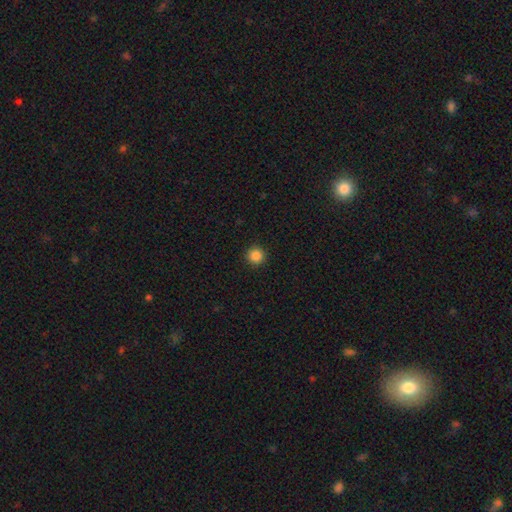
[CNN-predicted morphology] A smooth galaxy with no disk features (86%) that is round (96%). Merging: none (92%).